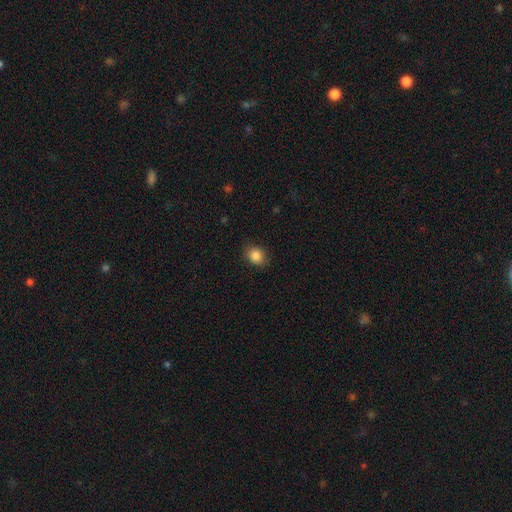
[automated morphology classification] Smooth or featured?
  - smooth: 86% *
  - star or artifact: 9%
  - featured or disk: 5%
How rounded?
  - in between: 51% *
  - round: 48%
  - cigar-shaped: 1%
Merging?
  - none: 82% *
  - minor disturbance: 14%
  - major disturbance: 3%
  - merger: 1%